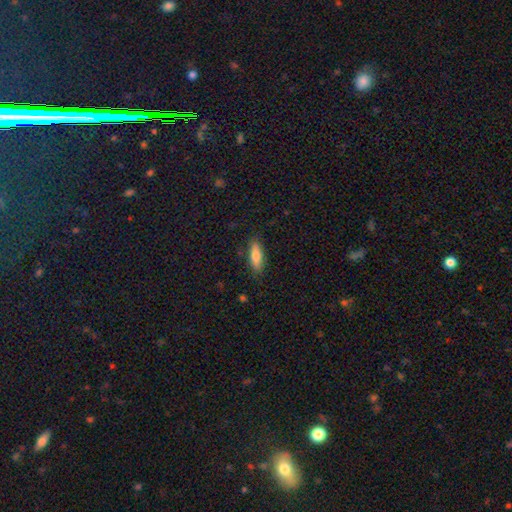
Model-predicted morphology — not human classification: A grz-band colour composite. It shows a smooth galaxy with no disk features (77%) that is in between round and cigar-shaped (58%). Merging: none (84%).